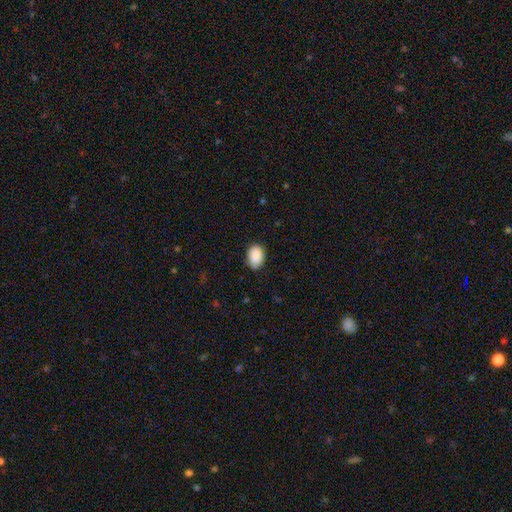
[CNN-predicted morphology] Q: Smooth or featured?
A: smooth (89%); runner-up: star or artifact (7%)
Q: How rounded?
A: in between (80%); runner-up: round (19%)
Q: Merging?
A: none (78%); runner-up: minor disturbance (18%)